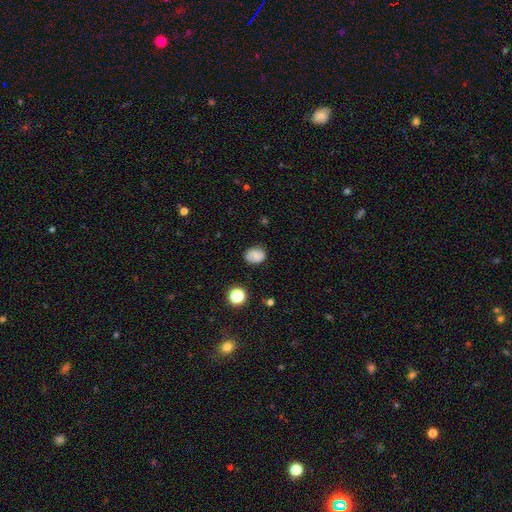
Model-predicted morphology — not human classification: Smooth or featured?
  - smooth: 73% *
  - featured or disk: 15%
  - star or artifact: 11%
How rounded?
  - in between: 52% *
  - round: 47%
  - cigar-shaped: 1%
Merging?
  - none: 80% *
  - minor disturbance: 14%
  - major disturbance: 3%
  - merger: 2%